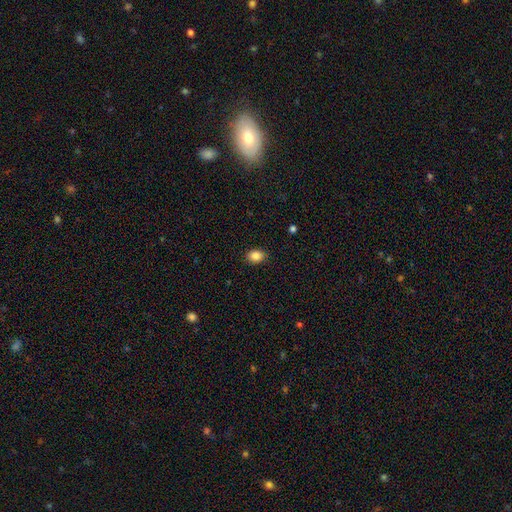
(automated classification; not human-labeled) Morphology: type=smooth (86%); roundness=in between (67%); merging=none (89%).